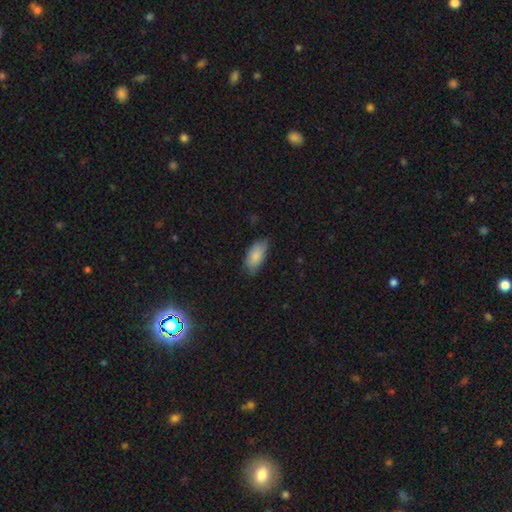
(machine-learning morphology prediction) A smooth galaxy with no disk features (85%) that is in between round and cigar-shaped (91%).

Vote fractions:
- Smooth or featured? smooth: 85% / featured or disk: 8% / star or artifact: 6%
- How rounded? in between: 91% / cigar-shaped: 7% / round: 2%
- Merging? none: 69% / minor disturbance: 25% / major disturbance: 4% / merger: 1%